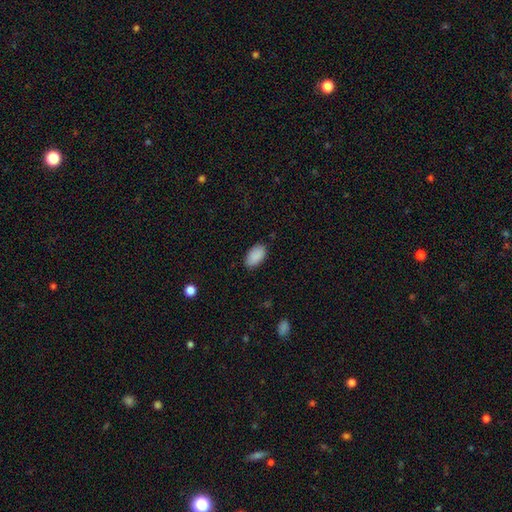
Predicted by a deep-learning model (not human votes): A smooth galaxy with no disk features (90%) that is in between round and cigar-shaped (95%).

Vote fractions:
- Smooth or featured? smooth: 90% / star or artifact: 7% / featured or disk: 3%
- How rounded? in between: 95% / round: 4% / cigar-shaped: 2%
- Merging? none: 85% / minor disturbance: 12% / major disturbance: 3% / merger: 1%